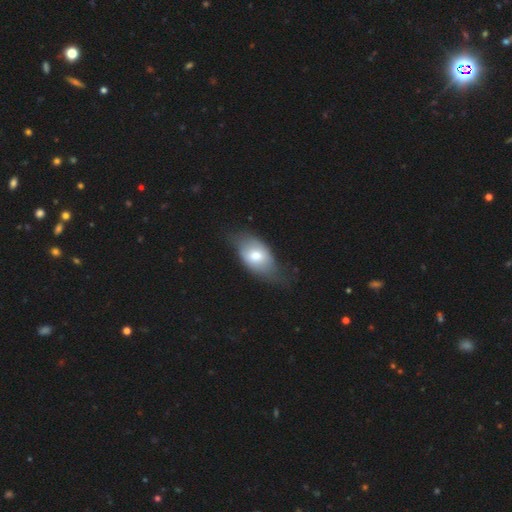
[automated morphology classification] Q: Smooth or featured?
A: smooth (65%); runner-up: featured or disk (29%)
Q: How rounded?
A: in between (88%); runner-up: round (9%)
Q: Merging?
A: none (55%); runner-up: minor disturbance (32%)